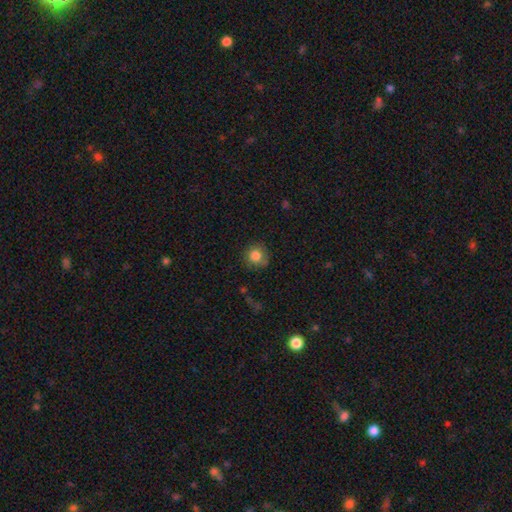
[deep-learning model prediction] smooth 82%, star or artifact 10%, featured or disk 7%. Down the decision tree: how rounded — round (91%); merging — none (78%).